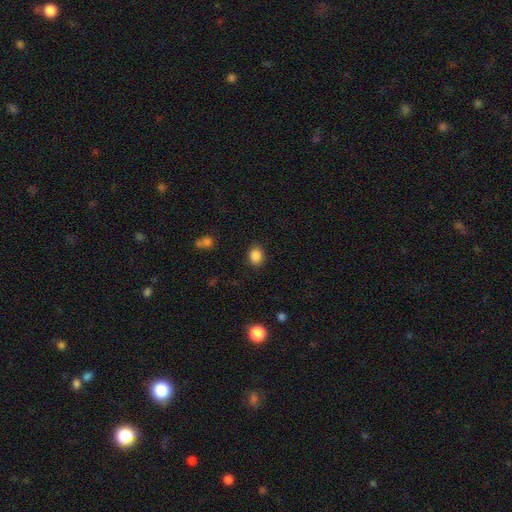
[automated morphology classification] A smooth galaxy with no disk features (86%) that is round (60%). Merging: none (88%).